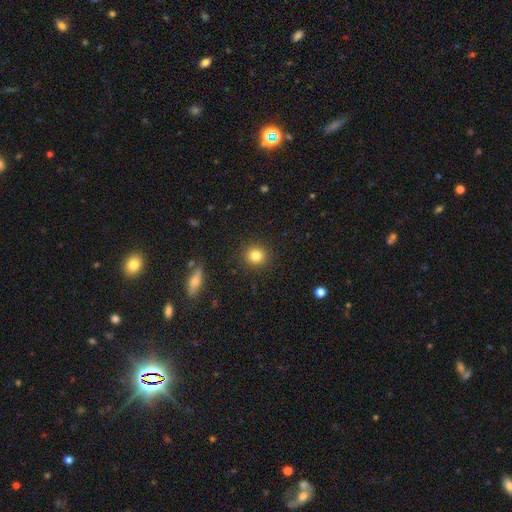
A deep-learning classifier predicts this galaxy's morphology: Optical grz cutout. It shows a smooth galaxy with no disk features (82%) that is round (90%). Merging: none (91%).